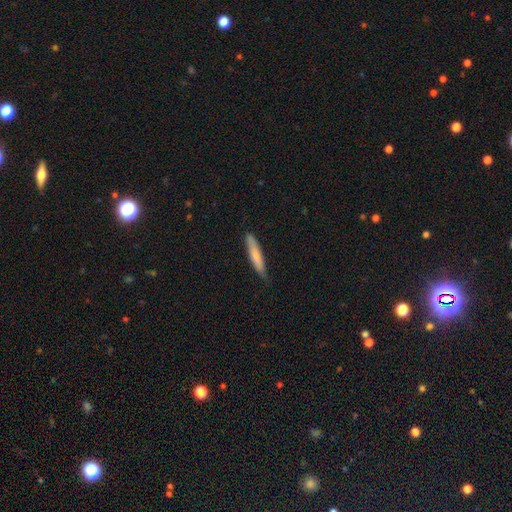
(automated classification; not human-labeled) A smooth galaxy with no disk features (75%) that is cigar-shaped (91%).

Vote fractions:
- Smooth or featured? smooth: 75% / featured or disk: 20% / star or artifact: 5%
- How rounded? cigar-shaped: 91% / in between: 8% / round: 1%
- Merging? none: 76% / minor disturbance: 21% / major disturbance: 3% / merger: 1%